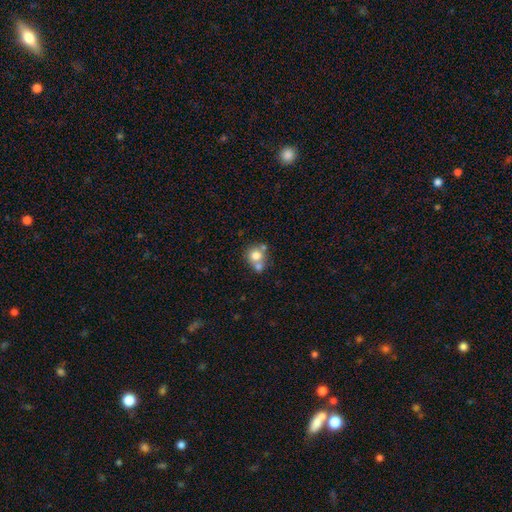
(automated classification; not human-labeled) smooth 71%, featured or disk 18%, star or artifact 11%. Down the decision tree: how rounded — round (83%); merging — merger (45%).